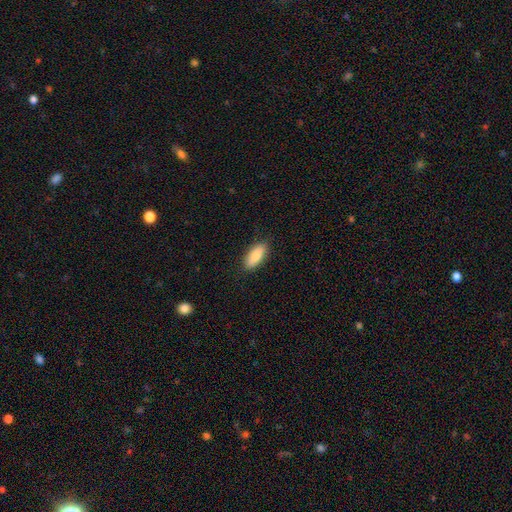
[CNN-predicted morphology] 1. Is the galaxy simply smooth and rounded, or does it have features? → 84% smooth, 9% featured or disk, 6% star or artifact.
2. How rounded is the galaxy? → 79% in between, 18% cigar-shaped, 2% round.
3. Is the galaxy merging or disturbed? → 87% none, 10% minor disturbance, 2% major disturbance, 1% merger.